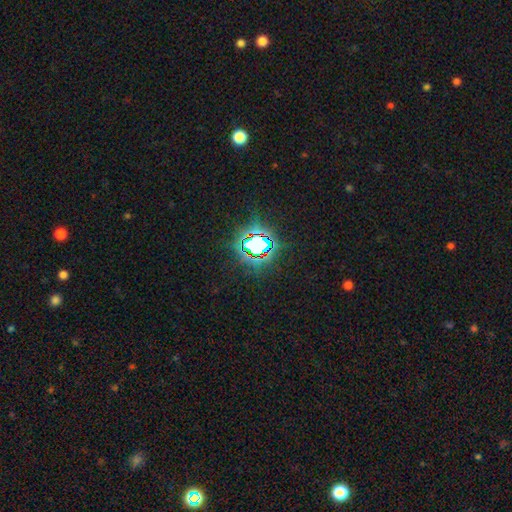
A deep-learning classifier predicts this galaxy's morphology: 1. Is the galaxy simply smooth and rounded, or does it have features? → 82% star or artifact, 11% smooth, 7% featured or disk.